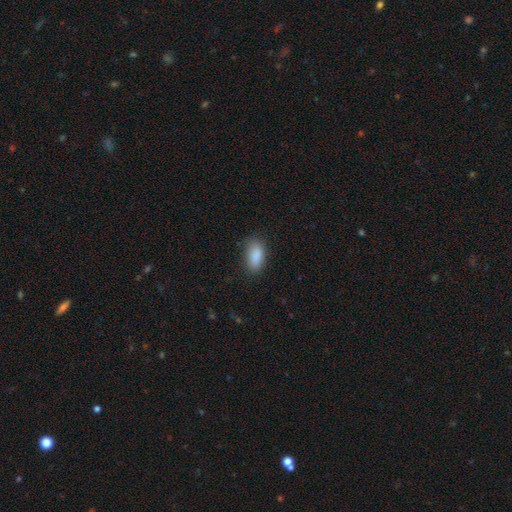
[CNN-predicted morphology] smooth_or_featured: smooth (p=0.88) [alt: star or artifact p=0.07]
how_rounded: in between (p=0.90) [alt: cigar-shaped p=0.07]
merging: none (p=0.79) [alt: minor disturbance p=0.16]